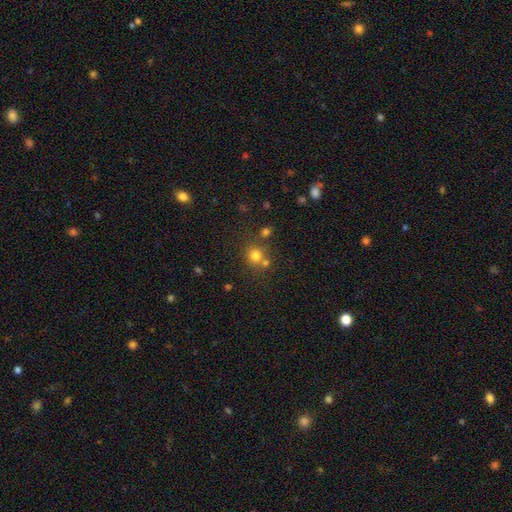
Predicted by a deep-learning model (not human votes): Morphology: type=smooth (75%); roundness=round (87%); merging=none (63%).